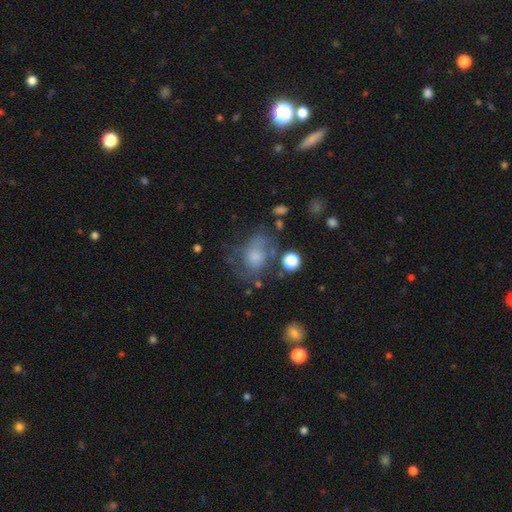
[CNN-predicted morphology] Smooth or featured? smooth (50%)
How rounded? in between (56%)
Merging? none (44%)